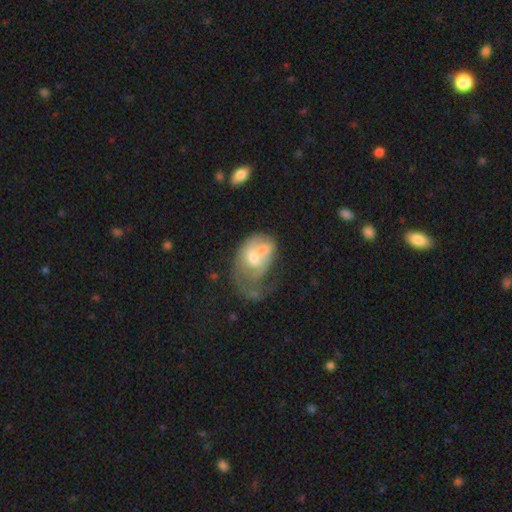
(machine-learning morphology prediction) Q: Smooth or featured?
A: featured or disk (51%); runner-up: smooth (41%)
Q: Edge-on disk?
A: no (96%); runner-up: yes (4%)
Q: Merging?
A: major disturbance (39%); runner-up: merger (32%)